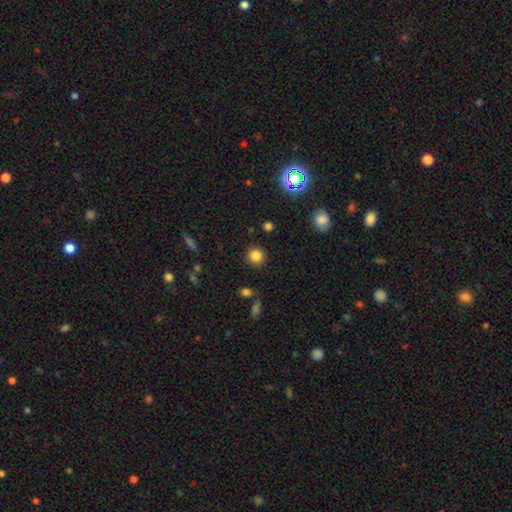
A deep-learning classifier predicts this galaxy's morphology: Smooth or featured? Predicted: smooth (p=0.82). How rounded? Predicted: round (p=0.91). Merging? Predicted: none (p=0.89).